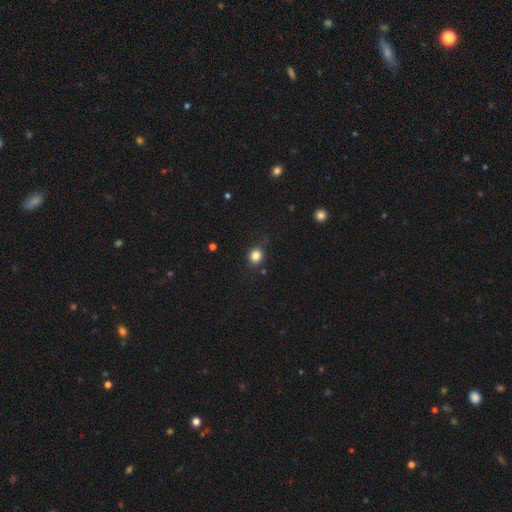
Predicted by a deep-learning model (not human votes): smooth-or-featured: smooth: 82% | star or artifact: 12% | featured or disk: 6%
  how-rounded: round: 79% | in between: 20% | cigar-shaped: 1%
  merging: none: 76% | minor disturbance: 17% | major disturbance: 5% | merger: 2%